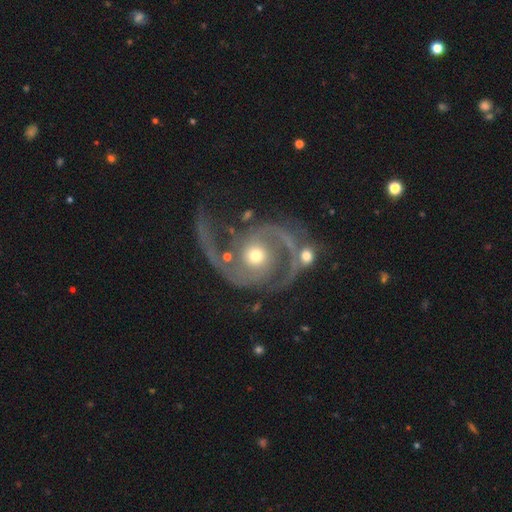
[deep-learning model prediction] Smooth or featured? featured or disk (90%)
Edge-on disk? no (98%)
Bar? no (70%)
Spiral arms? yes (97%)
Spiral winding? medium (49%)
Spiral arm count? 2 (92%)
Bulge size? moderate (53%)
Merging? none (45%)